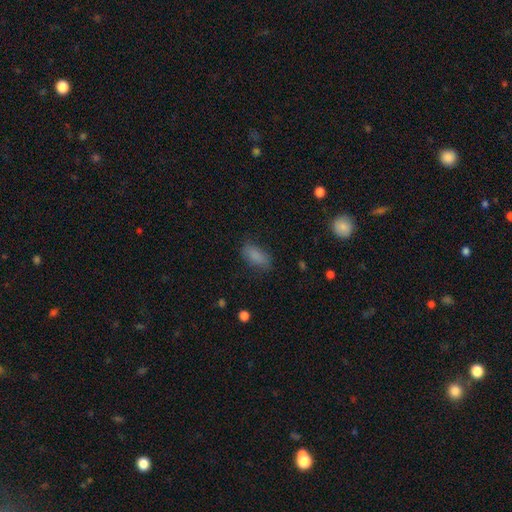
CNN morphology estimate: Smooth or featured: smooth — 84% (star or artifact — 10%)
How rounded: in between — 89% (cigar-shaped — 7%)
Merging: none — 75% (minor disturbance — 18%)